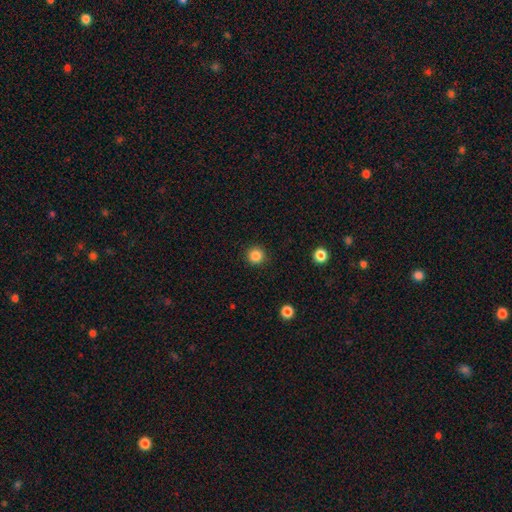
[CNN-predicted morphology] Smooth or featured? Predicted: smooth (p=0.85). How rounded? Predicted: round (p=0.95). Merging? Predicted: none (p=0.92).